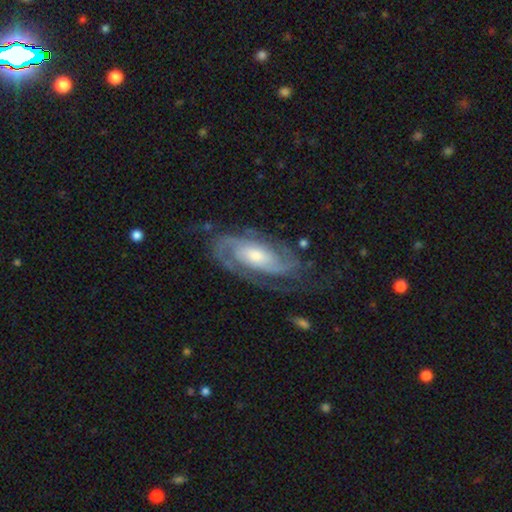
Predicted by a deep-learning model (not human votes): This appears to be a featured or disk galaxy (90%) with no bar (56%), 2 (75%) tight (56%) spiral arms (97%) and a moderate central bulge (51%). Merging: none (71%).